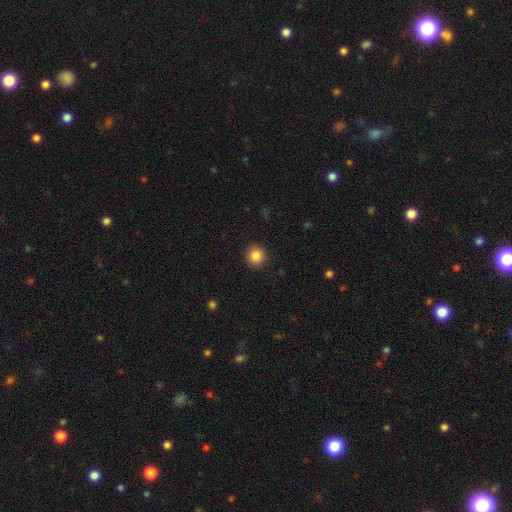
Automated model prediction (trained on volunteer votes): A smooth galaxy with no disk features (86%) that is round (93%). Merging: none (92%).